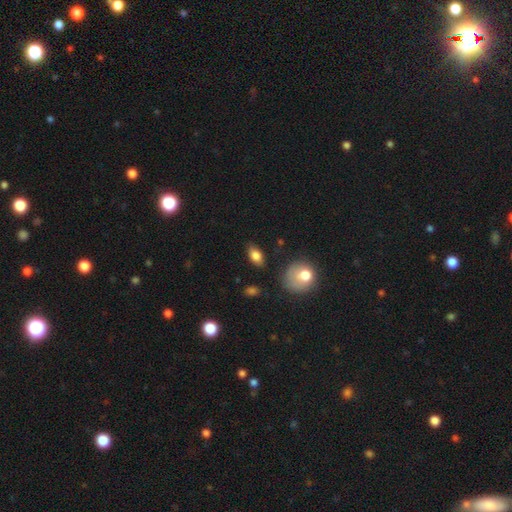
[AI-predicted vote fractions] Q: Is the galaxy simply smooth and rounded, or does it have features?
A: smooth — 81%.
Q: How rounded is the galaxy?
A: in between — 87%.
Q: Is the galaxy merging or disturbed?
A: none — 83%.